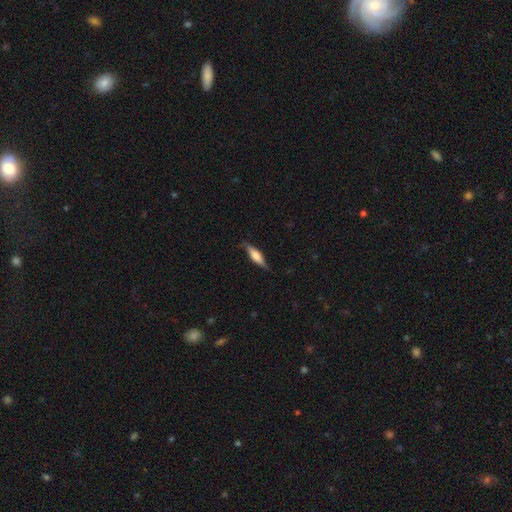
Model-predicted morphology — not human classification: The model was most divided on "smooth or featured": smooth: 54%, featured or disk: 40%, star or artifact: 6%. More confident: merging — none (76%); how rounded — cigar-shaped (65%).